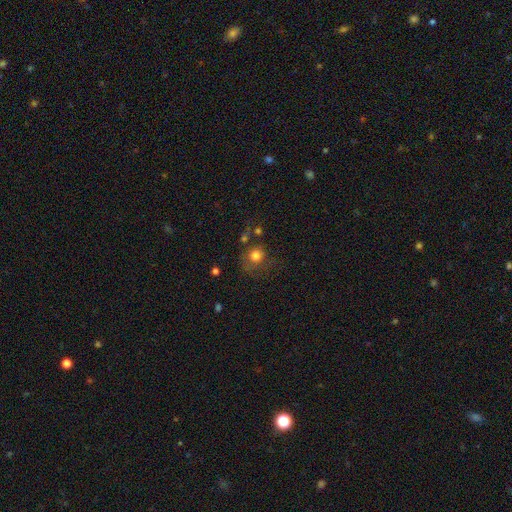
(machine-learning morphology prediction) A smooth galaxy with no disk features (76%) that is round (85%). Merging: none (57%).